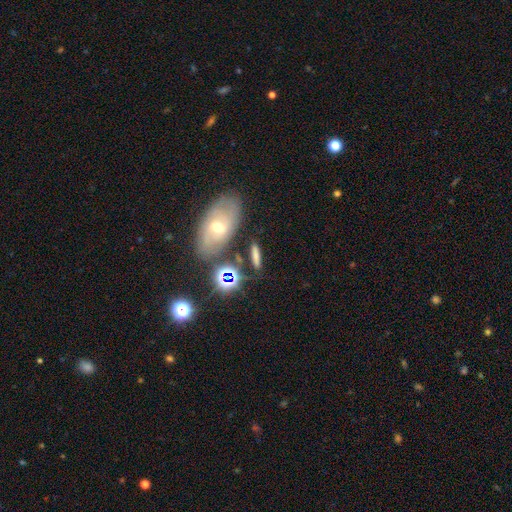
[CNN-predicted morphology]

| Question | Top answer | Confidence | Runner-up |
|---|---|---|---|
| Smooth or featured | smooth | 60% | featured or disk (21%) |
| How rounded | cigar-shaped | 56% | in between (35%) |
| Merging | none | 76% | minor disturbance (12%) |